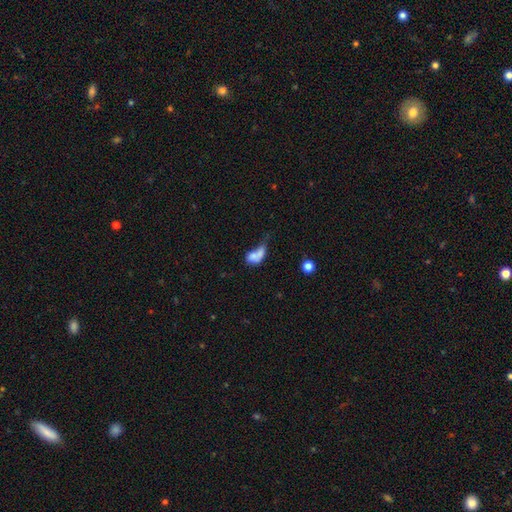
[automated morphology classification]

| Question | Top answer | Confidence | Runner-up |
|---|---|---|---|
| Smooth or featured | smooth | 66% | featured or disk (22%) |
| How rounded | in between | 73% | round (21%) |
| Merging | merger | 49% | major disturbance (21%) |